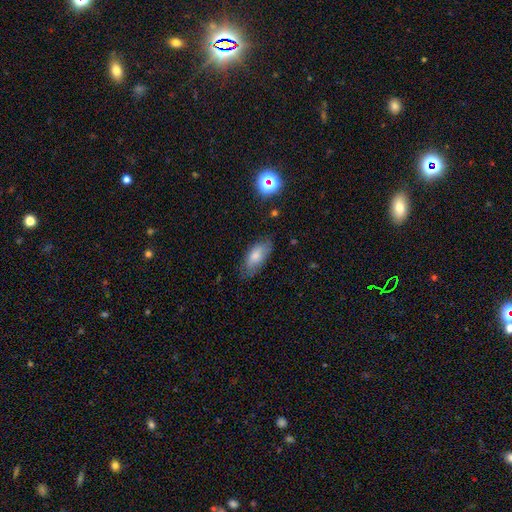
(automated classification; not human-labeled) A smooth galaxy with no disk features (75%) that is in between round and cigar-shaped (85%).

Vote fractions:
- Smooth or featured? smooth: 75% / featured or disk: 17% / star or artifact: 8%
- How rounded? in between: 85% / cigar-shaped: 12% / round: 3%
- Merging? none: 70% / minor disturbance: 23% / major disturbance: 5% / merger: 2%